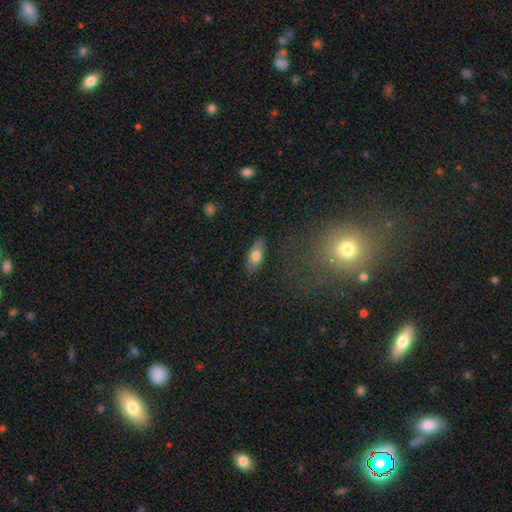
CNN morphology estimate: Overall: smooth (73%). How rounded: in between (87%). Merging: none (84%).